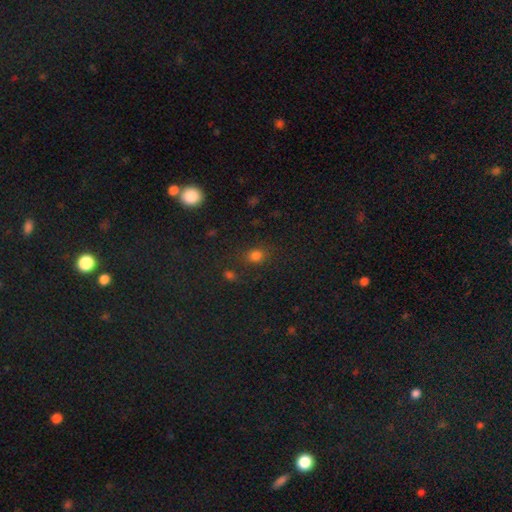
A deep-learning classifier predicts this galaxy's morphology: smooth 76%, star or artifact 18%, featured or disk 6%. Down the decision tree: how rounded — round (63%); merging — none (78%).